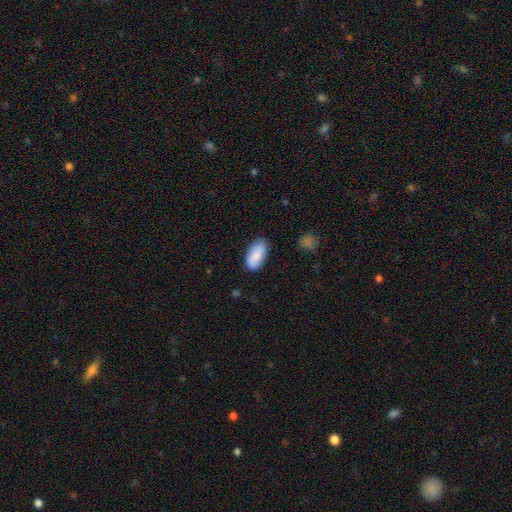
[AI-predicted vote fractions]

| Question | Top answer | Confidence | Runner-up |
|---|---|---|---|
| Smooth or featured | smooth | 86% | featured or disk (7%) |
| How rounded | in between | 94% | cigar-shaped (4%) |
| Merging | none | 79% | minor disturbance (16%) |